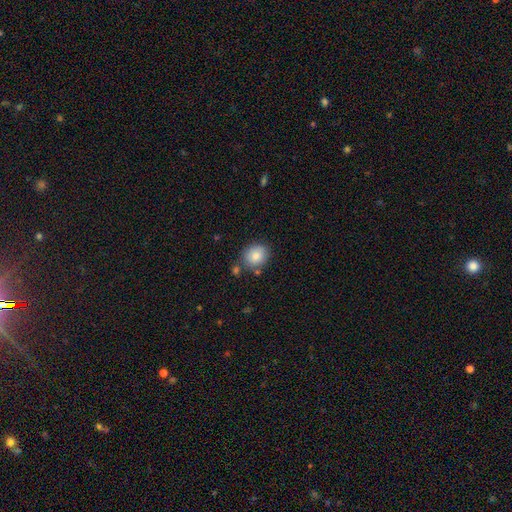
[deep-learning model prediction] smooth-or-featured: smooth: 82% | featured or disk: 9% | star or artifact: 9%
  how-rounded: round: 69% | in between: 30% | cigar-shaped: 1%
  merging: none: 75% | minor disturbance: 14% | merger: 8% | major disturbance: 3%